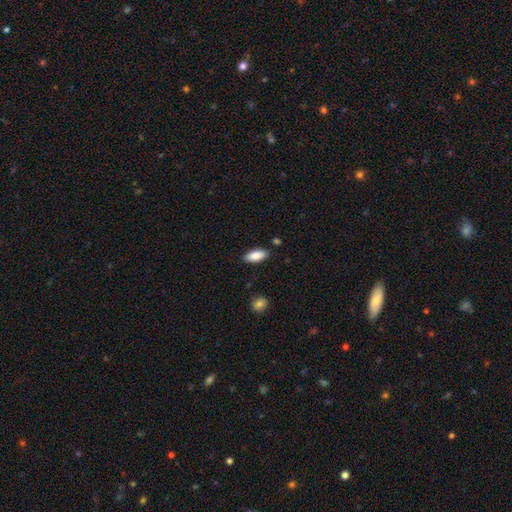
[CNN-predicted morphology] smooth-or-featured: smooth: 85% | featured or disk: 8% | star or artifact: 6%
  how-rounded: in between: 88% | cigar-shaped: 10% | round: 2%
  merging: none: 86% | minor disturbance: 10% | major disturbance: 2% | merger: 2%